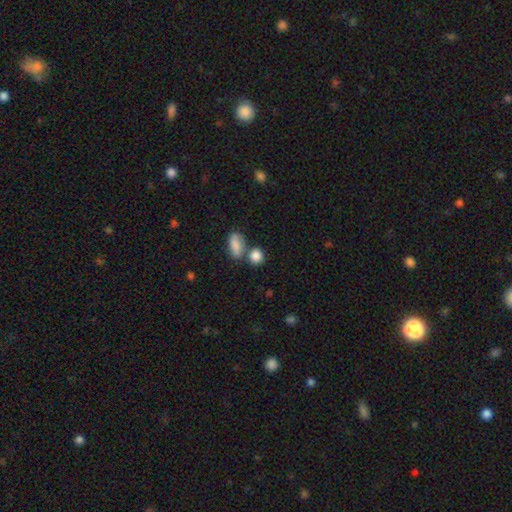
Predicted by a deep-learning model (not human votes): Smooth or featured? Predicted: smooth (p=0.86). How rounded? Predicted: round (p=0.66). Merging? Predicted: none (p=0.59).